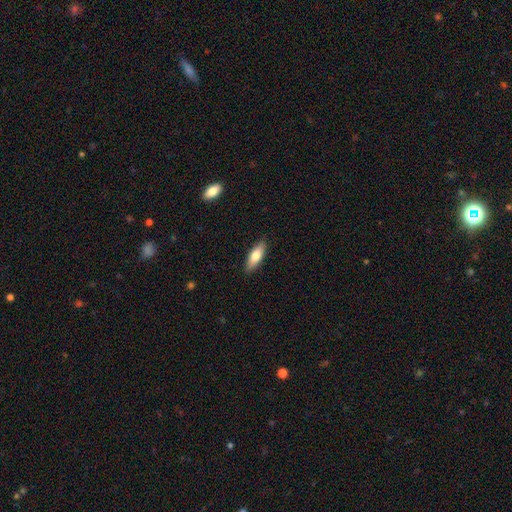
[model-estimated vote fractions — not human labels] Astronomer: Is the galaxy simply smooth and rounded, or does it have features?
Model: smooth — 76%.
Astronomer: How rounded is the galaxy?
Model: in between — 63%.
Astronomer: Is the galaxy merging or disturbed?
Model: none — 89%.